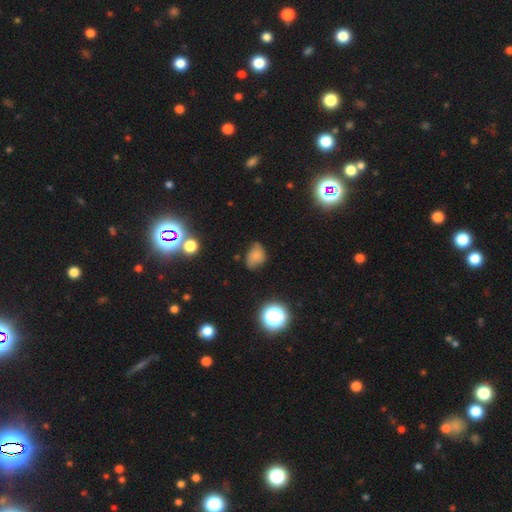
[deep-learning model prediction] Smooth or featured?
  - smooth: 65% *
  - featured or disk: 19%
  - star or artifact: 16%
How rounded?
  - in between: 71% *
  - round: 27%
  - cigar-shaped: 1%
Merging?
  - none: 50% *
  - minor disturbance: 36%
  - major disturbance: 11%
  - merger: 3%